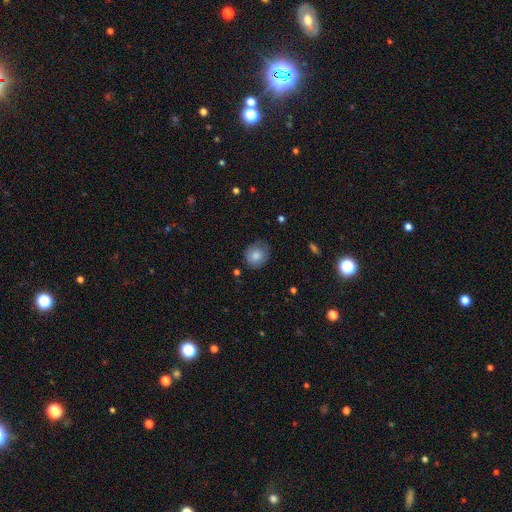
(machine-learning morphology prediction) A smooth galaxy with no disk features (81%) that is round (81%). Merging: none (75%).